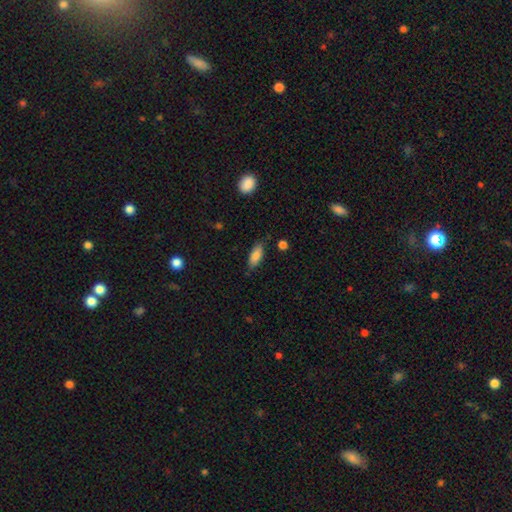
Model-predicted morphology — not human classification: smooth-or-featured: smooth: 83% | featured or disk: 10% | star or artifact: 7%
  how-rounded: in between: 76% | cigar-shaped: 22% | round: 2%
  merging: none: 80% | minor disturbance: 15% | major disturbance: 3% | merger: 2%